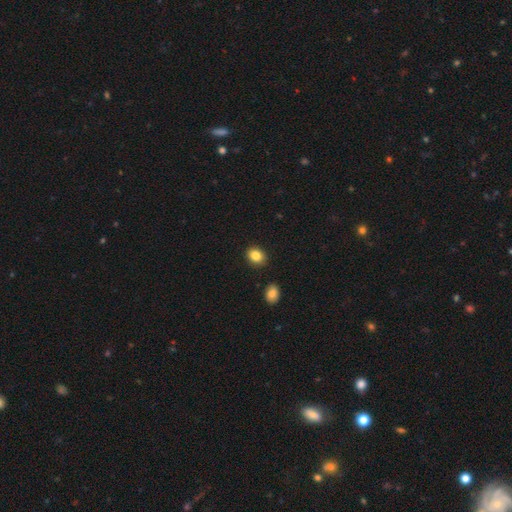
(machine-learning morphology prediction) Overall: smooth (84%). How rounded: in between (51%; round 48%). Merging: none (87%).